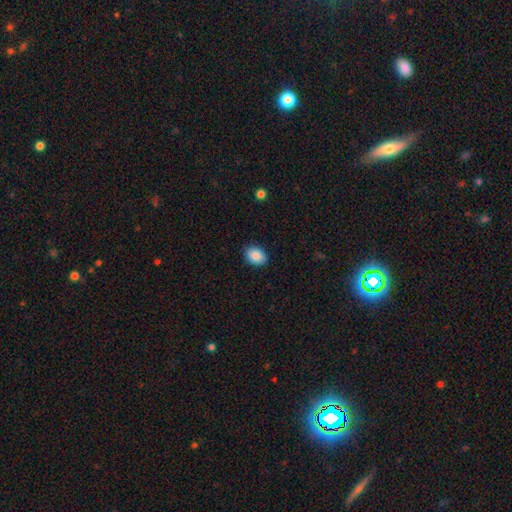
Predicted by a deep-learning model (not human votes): Smooth or featured? smooth (88%)
How rounded? in between (72%)
Merging? none (88%)